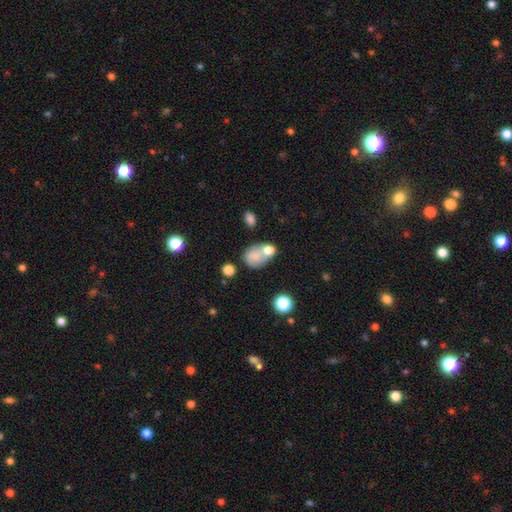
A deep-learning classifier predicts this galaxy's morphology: smooth_or_featured: smooth (p=0.71) [alt: featured or disk p=0.18]
how_rounded: in between (p=0.62) [alt: round p=0.37]
merging: none (p=0.37) [alt: merger p=0.35]